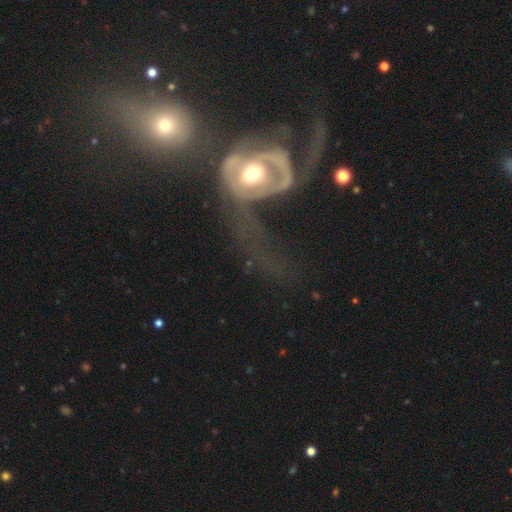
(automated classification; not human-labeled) Q: Smooth or featured?
A: featured or disk (64%); runner-up: smooth (22%)
Q: Edge-on disk?
A: no (92%); runner-up: yes (8%)
Q: Bar?
A: no (69%); runner-up: weak (20%)
Q: Spiral arms?
A: yes (52%); runner-up: no (48%)
Q: Bulge size?
A: moderate (66%); runner-up: small (16%)
Q: Merging?
A: major disturbance (41%); runner-up: merger (37%)